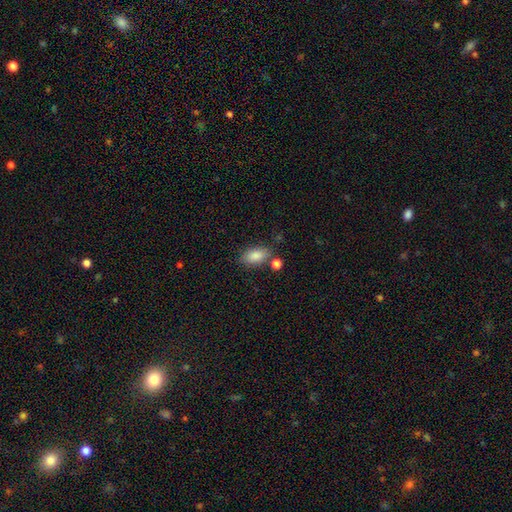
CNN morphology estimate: Smooth or featured: smooth — 86% (star or artifact — 7%)
How rounded: in between — 91% (round — 6%)
Merging: none — 72% (minor disturbance — 14%)